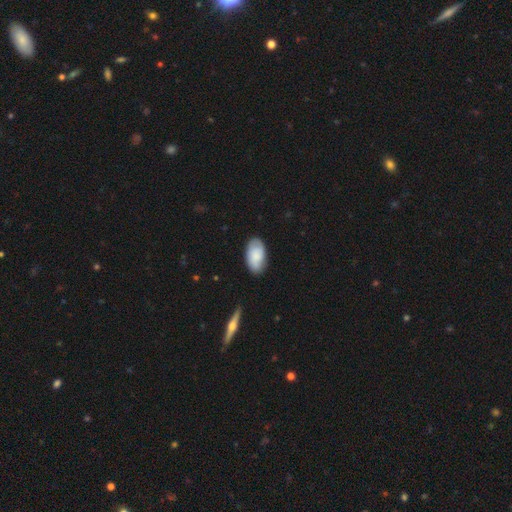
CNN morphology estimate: type=smooth (79%); roundness=in between (95%); merging=none (81%).